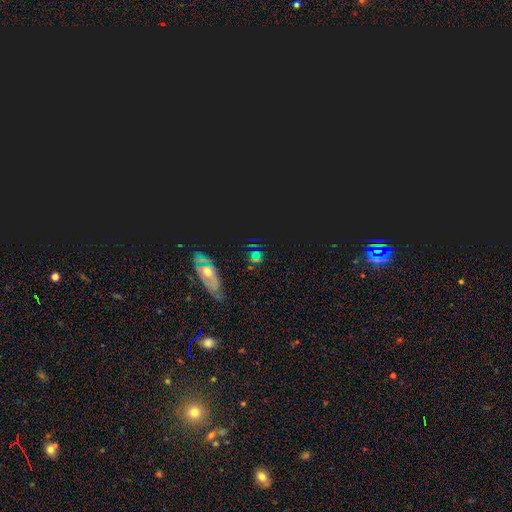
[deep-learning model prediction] A star or artifact, not a galaxy (67%).

Vote fractions:
- Smooth or featured? star or artifact: 67% / smooth: 21% / featured or disk: 12%